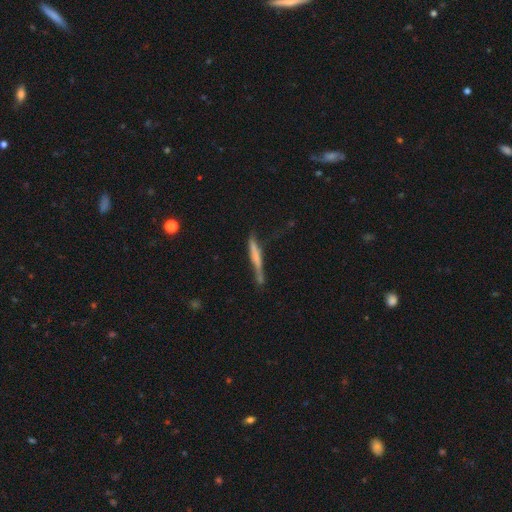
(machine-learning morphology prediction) Smooth or featured?
  - featured or disk: 47% *
  - smooth: 45%
  - star or artifact: 8%
Merging?
  - none: 54% *
  - minor disturbance: 26%
  - major disturbance: 11%
  - merger: 9%